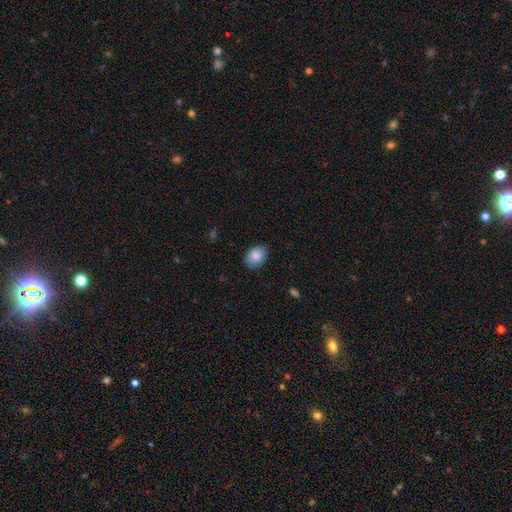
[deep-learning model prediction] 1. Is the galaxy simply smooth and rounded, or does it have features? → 85% smooth, 8% featured or disk, 7% star or artifact.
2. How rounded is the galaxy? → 77% in between, 22% round, 1% cigar-shaped.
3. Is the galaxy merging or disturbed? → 76% none, 20% minor disturbance, 3% major disturbance, 1% merger.